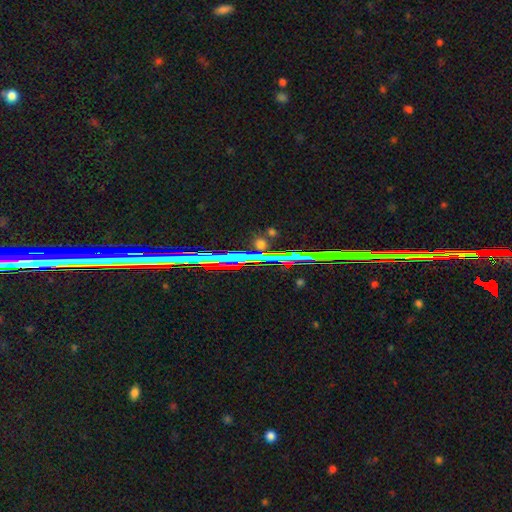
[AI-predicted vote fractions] A star or artifact, not a galaxy (79%).